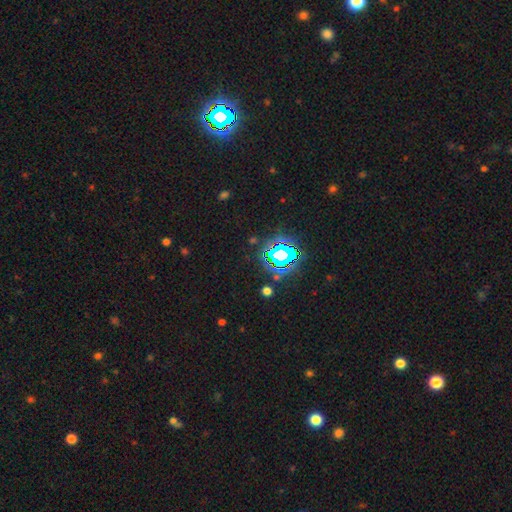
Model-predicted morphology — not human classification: Q: Smooth or featured?
A: star or artifact (79%); runner-up: smooth (14%)